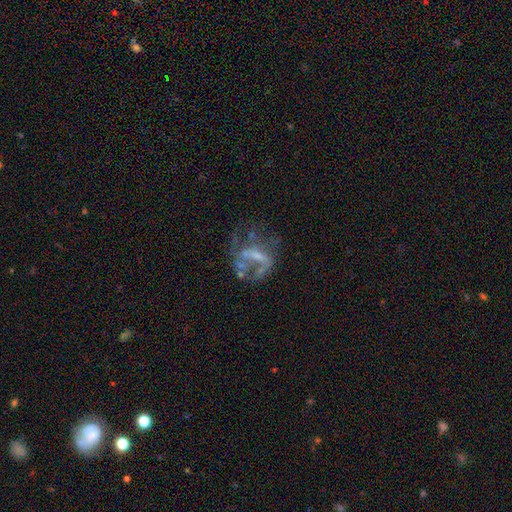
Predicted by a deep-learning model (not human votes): This appears to be a featured or disk galaxy (68%) with no bar (51%), no spiral arms (59%) and no central bulge (41%). Merging: major disturbance (41%).